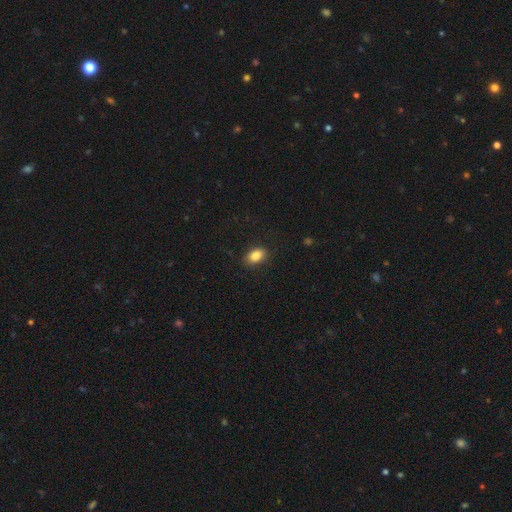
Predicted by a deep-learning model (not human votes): smooth 86%, star or artifact 8%, featured or disk 6%. Down the decision tree: how rounded — in between (87%); merging — none (86%).